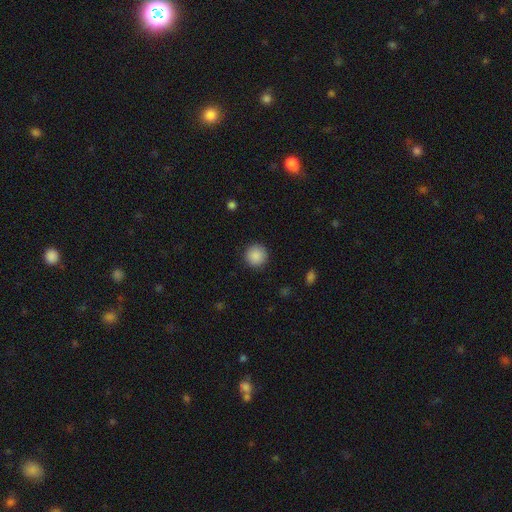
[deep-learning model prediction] smooth 89%, star or artifact 8%, featured or disk 3%. Down the decision tree: how rounded — round (95%); merging — none (91%).